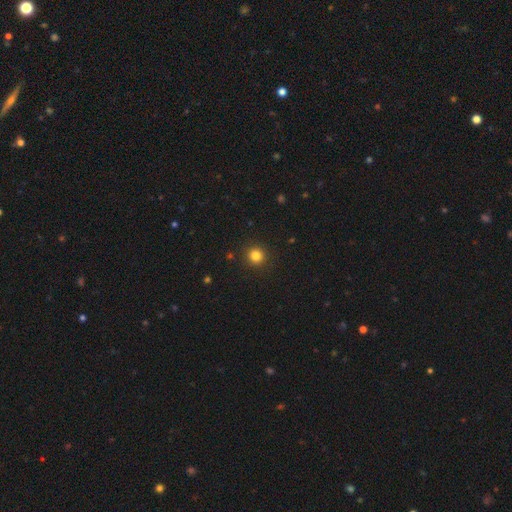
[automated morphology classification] type=smooth (83%); roundness=round (94%); merging=none (92%).